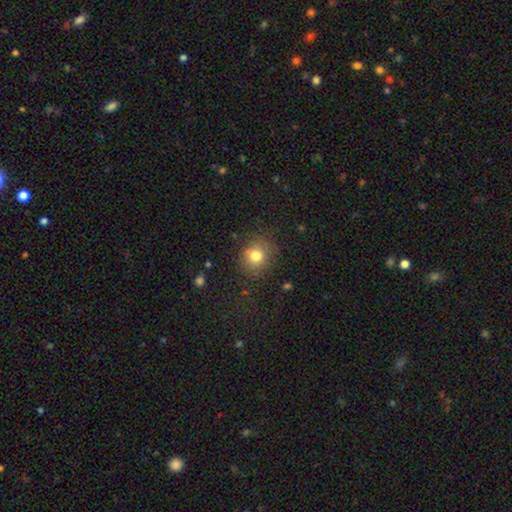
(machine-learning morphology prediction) smooth 79%, star or artifact 13%, featured or disk 9%. Down the decision tree: how rounded — round (80%); merging — none (79%).